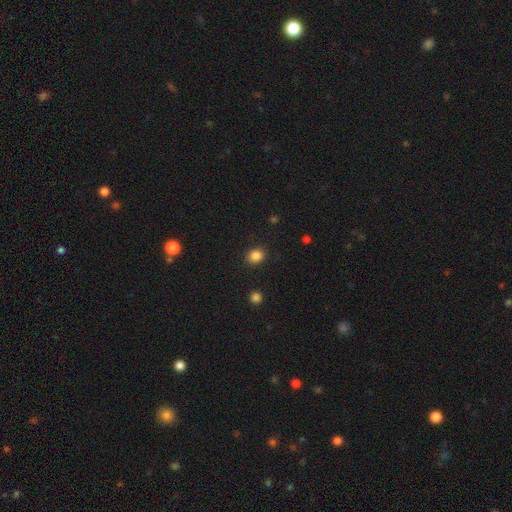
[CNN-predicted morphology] smooth_or_featured: smooth (p=0.86) [alt: star or artifact p=0.11]
how_rounded: round (p=0.67) [alt: in between p=0.32]
merging: none (p=0.89) [alt: minor disturbance p=0.07]